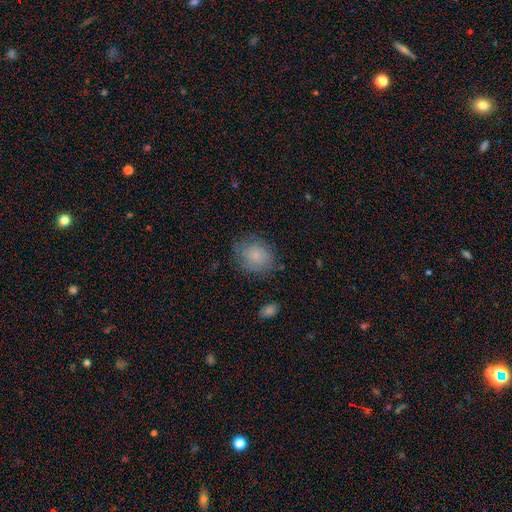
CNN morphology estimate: smooth_or_featured: smooth (p=0.77) [alt: featured or disk p=0.14]
how_rounded: round (p=0.61) [alt: in between p=0.38]
merging: none (p=0.72) [alt: minor disturbance p=0.20]